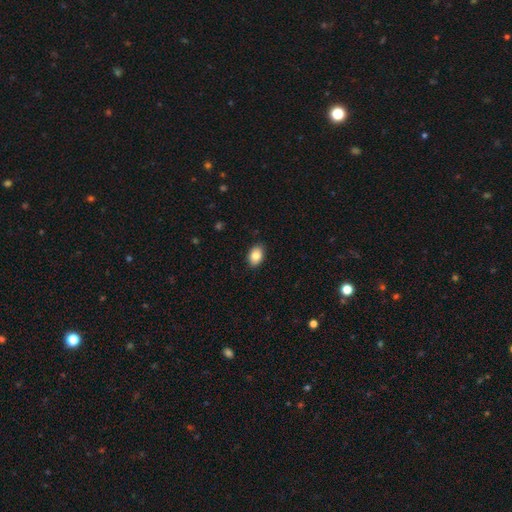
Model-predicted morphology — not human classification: Smooth or featured? Predicted: smooth (p=0.86). How rounded? Predicted: in between (p=0.85). Merging? Predicted: none (p=0.88).